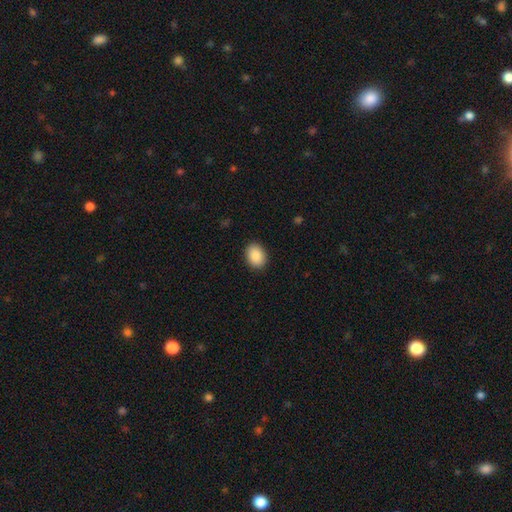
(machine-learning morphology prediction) smooth_or_featured: smooth (p=0.90) [alt: star or artifact p=0.07]
how_rounded: in between (p=0.68) [alt: round p=0.31]
merging: none (p=0.90) [alt: minor disturbance p=0.07]